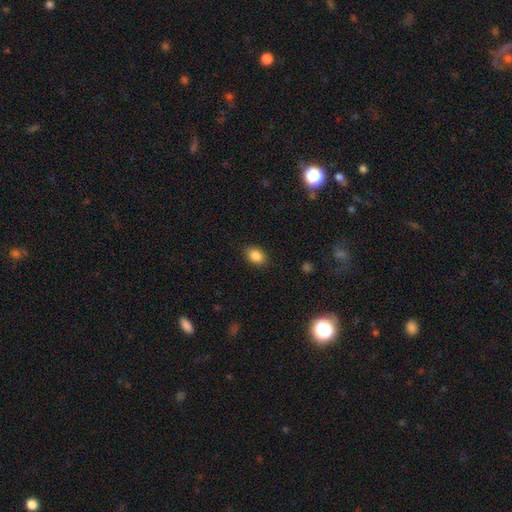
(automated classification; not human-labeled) smooth 86%, star or artifact 9%, featured or disk 5%. Down the decision tree: how rounded — in between (77%); merging — none (86%).